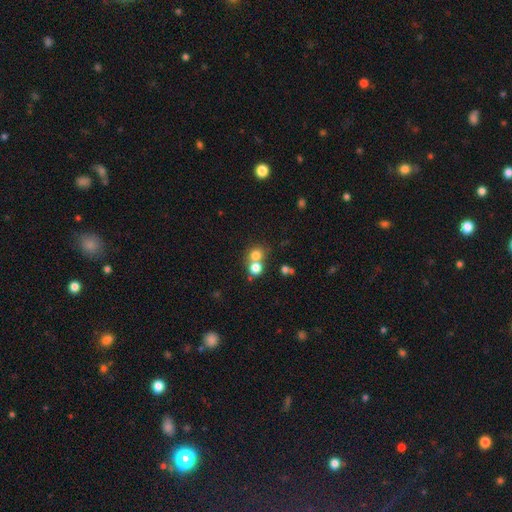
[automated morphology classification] Q: Smooth or featured?
A: smooth (74%); runner-up: star or artifact (14%)
Q: How rounded?
A: round (82%); runner-up: in between (17%)
Q: Merging?
A: merger (49%); runner-up: none (43%)